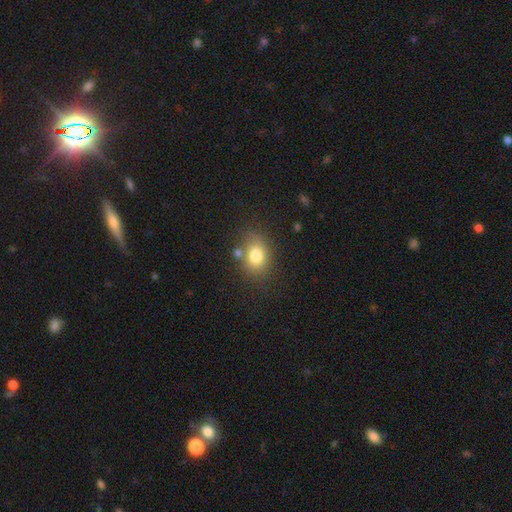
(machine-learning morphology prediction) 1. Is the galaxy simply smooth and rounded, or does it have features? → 79% smooth, 11% featured or disk, 11% star or artifact.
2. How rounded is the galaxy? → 61% in between, 38% round, 1% cigar-shaped.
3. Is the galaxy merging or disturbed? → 68% none, 16% minor disturbance, 11% merger, 5% major disturbance.